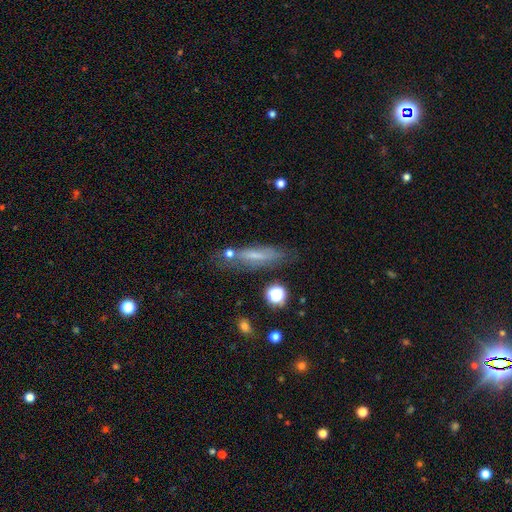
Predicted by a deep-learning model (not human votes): Smooth or featured: smooth — 50% (featured or disk — 38%)
How rounded: cigar-shaped — 75% (in between — 22%)
Merging: none — 67% (minor disturbance — 19%)